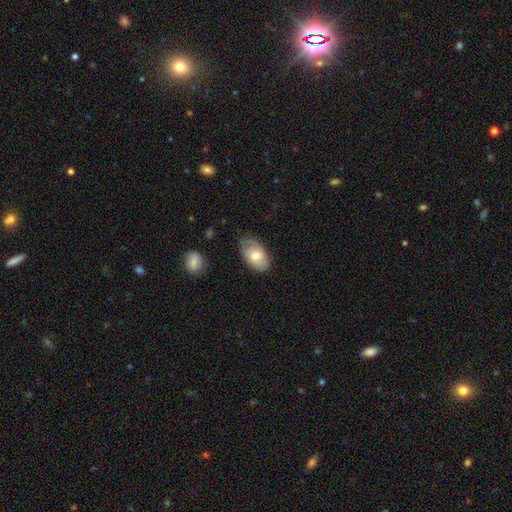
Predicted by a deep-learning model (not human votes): Smooth or featured? smooth (66%)
How rounded? in between (92%)
Merging? none (68%)